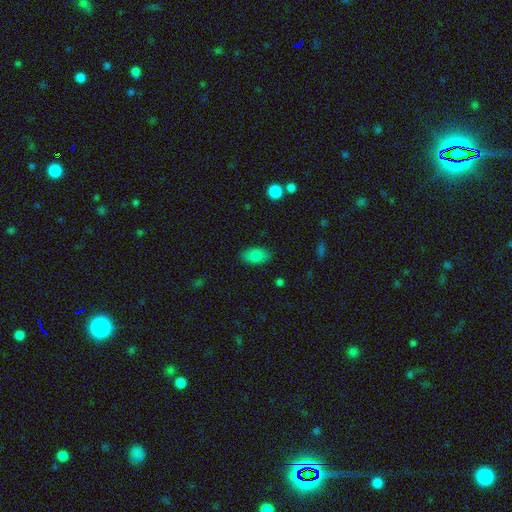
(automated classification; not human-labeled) Overall: smooth (82%). How rounded: in between (92%). Merging: none (86%).